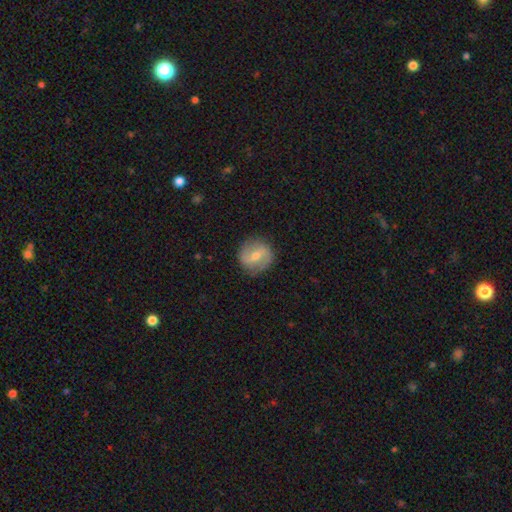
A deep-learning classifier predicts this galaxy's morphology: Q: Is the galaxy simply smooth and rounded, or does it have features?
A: featured or disk — 58%.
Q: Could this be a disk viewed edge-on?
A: no — 96%.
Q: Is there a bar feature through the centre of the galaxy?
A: weak — 47%.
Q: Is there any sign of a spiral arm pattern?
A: yes — 75%.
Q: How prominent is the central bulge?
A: moderate — 55%.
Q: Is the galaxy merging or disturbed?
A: none — 86%.